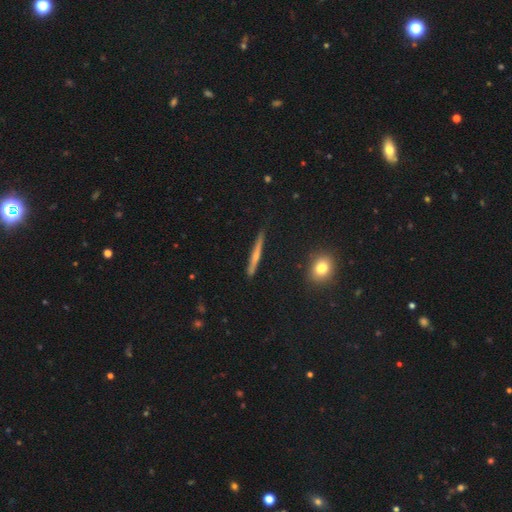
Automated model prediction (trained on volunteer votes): Smooth or featured?
  - featured or disk: 53% *
  - smooth: 39%
  - star or artifact: 8%
Edge-on disk?
  - yes: 96% *
  - no: 4%
Edge-on bulge?
  - none: 47% *
  - rounded: 46%
  - boxy: 7%
Merging?
  - none: 88% *
  - minor disturbance: 9%
  - major disturbance: 2%
  - merger: 1%